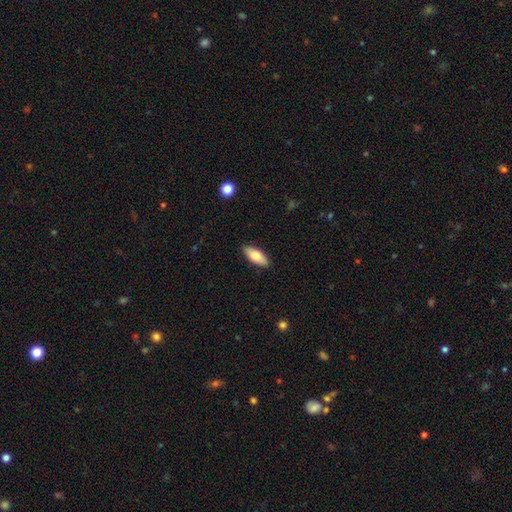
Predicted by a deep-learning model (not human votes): Q: Smooth or featured?
A: smooth (75%); runner-up: featured or disk (19%)
Q: How rounded?
A: in between (80%); runner-up: cigar-shaped (18%)
Q: Merging?
A: none (89%); runner-up: minor disturbance (8%)